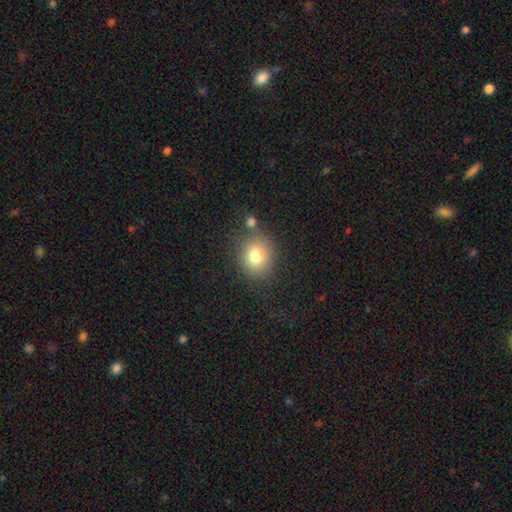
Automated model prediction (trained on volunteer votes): Morphology: type=smooth (78%); roundness=round (77%); merging=none (77%).